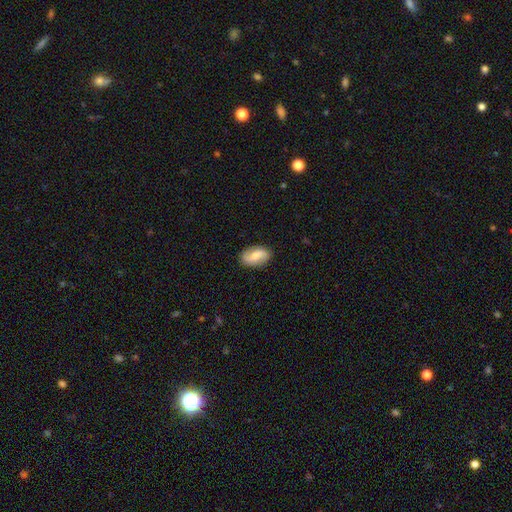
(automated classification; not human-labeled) Smooth or featured? Predicted: smooth (p=0.47). Merging? Predicted: none (p=0.86).